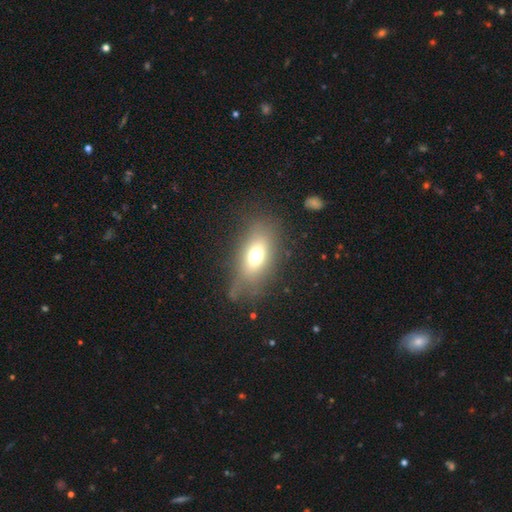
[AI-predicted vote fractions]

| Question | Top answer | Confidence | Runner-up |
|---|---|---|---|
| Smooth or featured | smooth | 65% | featured or disk (23%) |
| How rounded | in between | 79% | round (12%) |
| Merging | none | 65% | minor disturbance (20%) |